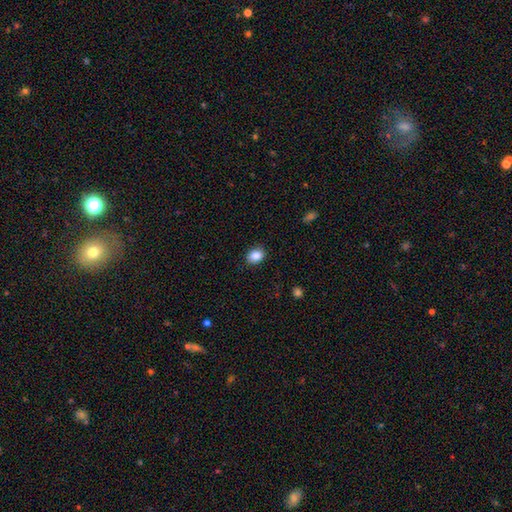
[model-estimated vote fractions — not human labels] Overall: smooth (88%). How rounded: in between (61%; round 38%). Merging: none (86%).